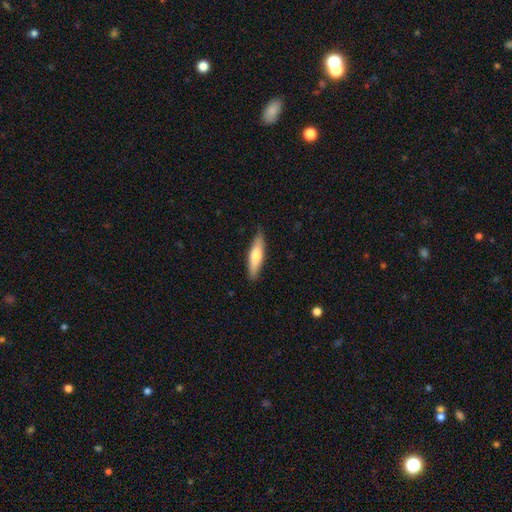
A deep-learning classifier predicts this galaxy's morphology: This is likely a smooth galaxy (65%). How rounded: likely cigar-shaped (69%). Merging: clearly none (84%).